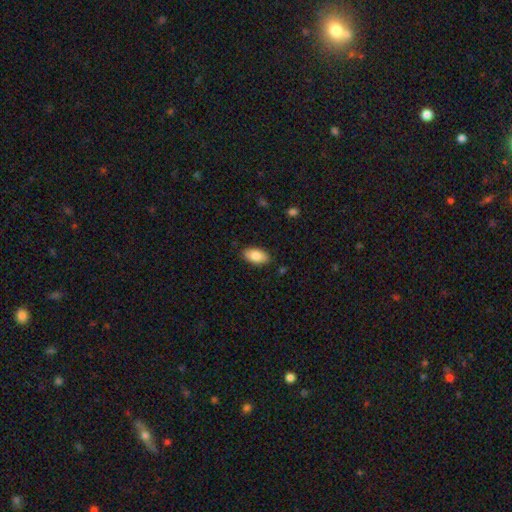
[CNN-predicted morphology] Q: Smooth or featured?
A: smooth (84%); runner-up: featured or disk (10%)
Q: How rounded?
A: in between (93%); runner-up: cigar-shaped (4%)
Q: Merging?
A: none (86%); runner-up: minor disturbance (10%)